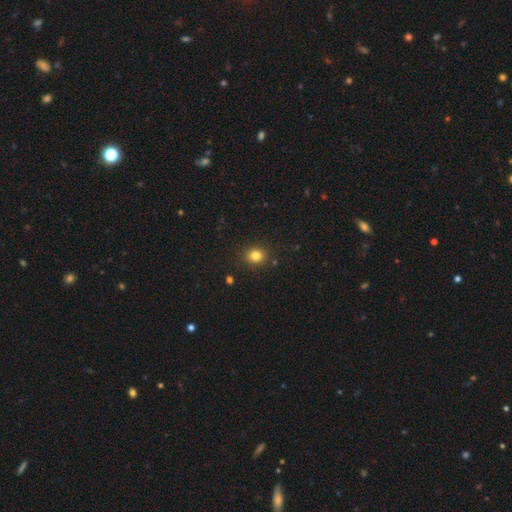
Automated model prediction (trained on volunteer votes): Overall: smooth (81%). How rounded: round (69%; in between 30%). Merging: none (88%).